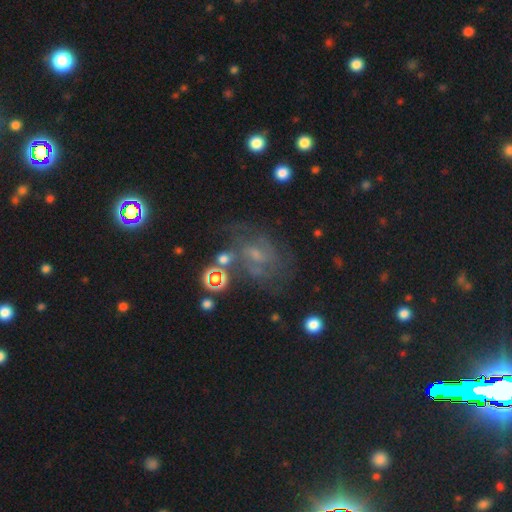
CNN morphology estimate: smooth-or-featured: featured or disk: 57% | star or artifact: 22% | smooth: 21%
  disk-edge-on: no: 96% | yes: 4%
    bar: no: 47% | weak: 43% | strong: 10%
    has-spiral-arms: yes: 76% | no: 24%
    bulge-size: small: 54% | moderate: 25% | none: 17% | large: 3% | dominant: 1%
  merging: none: 54% | minor disturbance: 20% | major disturbance: 19% | merger: 7%